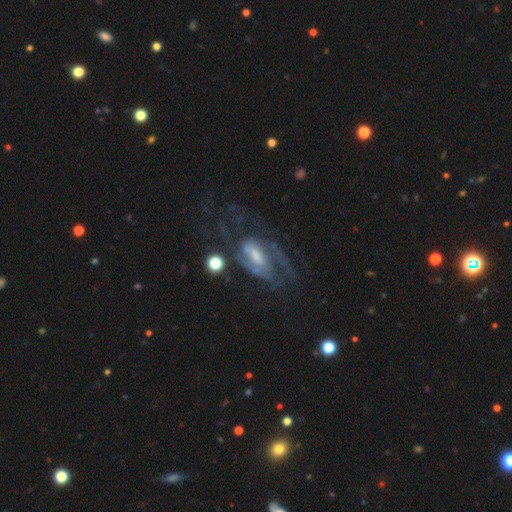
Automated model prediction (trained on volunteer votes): Smooth or featured: featured or disk — 79% (smooth — 12%)
Edge-on disk: no — 94% (yes — 6%)
Bar: weak — 46% (no — 30%)
Spiral arms: yes — 86% (no — 14%)
Spiral winding: medium — 46% (tight — 33%)
Spiral arm count: 2 — 41% (can't tell — 31%)
Bulge size: moderate — 41% (small — 36%)
Merging: none — 46% (major disturbance — 31%)